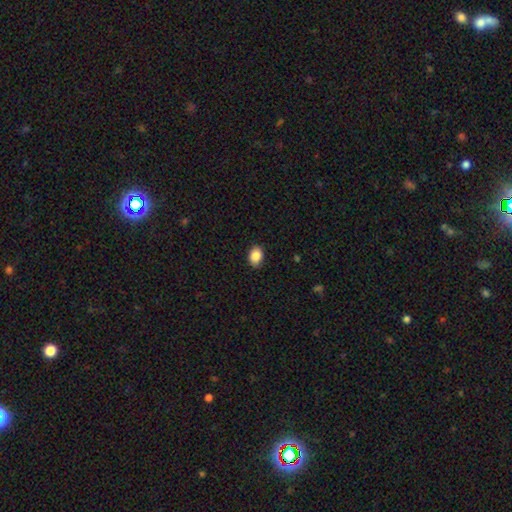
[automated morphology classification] Smooth or featured?
  - smooth: 88% *
  - star or artifact: 8%
  - featured or disk: 4%
How rounded?
  - in between: 76% *
  - round: 23%
  - cigar-shaped: 1%
Merging?
  - none: 88% *
  - minor disturbance: 10%
  - major disturbance: 2%
  - merger: 1%